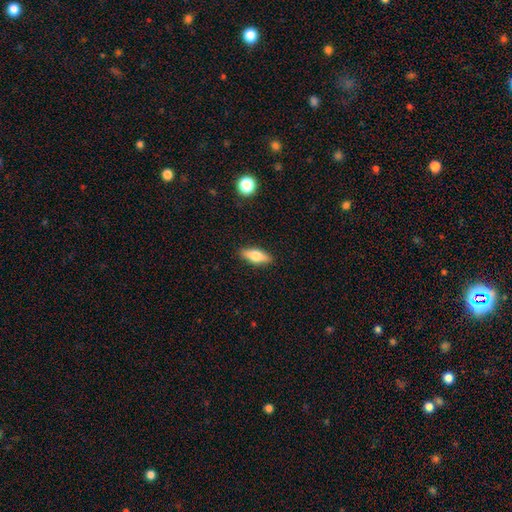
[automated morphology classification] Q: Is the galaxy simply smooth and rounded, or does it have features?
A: smooth — 68%.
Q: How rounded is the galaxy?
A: in between — 69%.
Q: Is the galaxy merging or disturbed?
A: none — 89%.